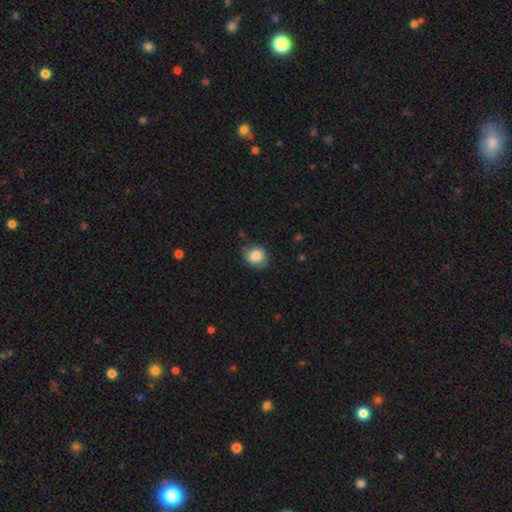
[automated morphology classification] smooth_or_featured: smooth (p=0.83) [alt: featured or disk p=0.09]
how_rounded: round (p=0.74) [alt: in between p=0.25]
merging: none (p=0.72) [alt: minor disturbance p=0.21]